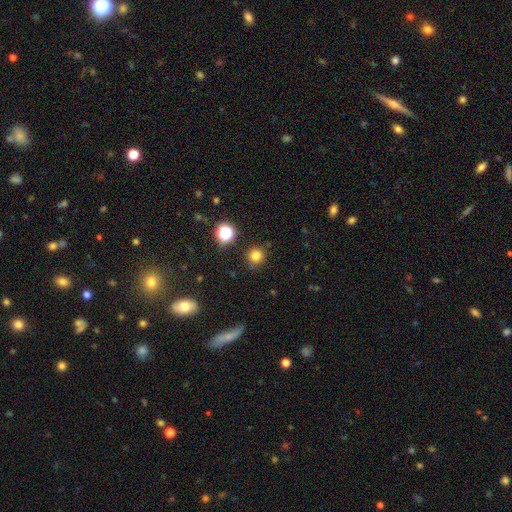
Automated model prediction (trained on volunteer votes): Smooth or featured? smooth (79%)
How rounded? round (92%)
Merging? none (86%)